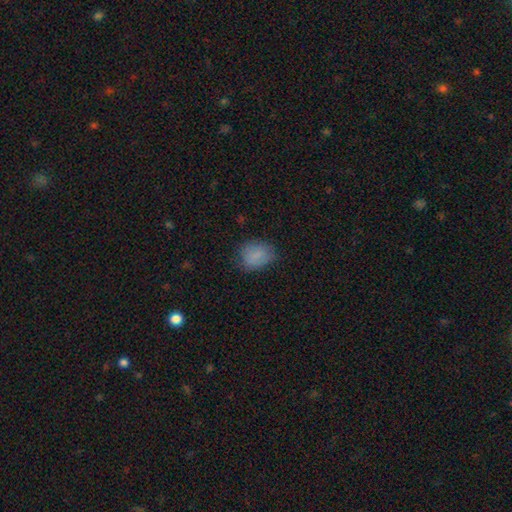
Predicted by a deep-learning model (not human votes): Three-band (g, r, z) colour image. It shows a smooth galaxy with no disk features (83%) that is in between round and cigar-shaped (61%). Merging: none (71%).